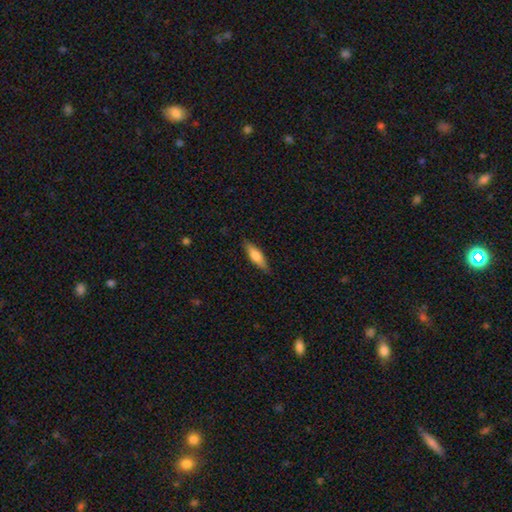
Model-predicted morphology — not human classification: This is likely a smooth galaxy (63%). How rounded: possibly cigar-shaped (60%). Merging: clearly none (85%).